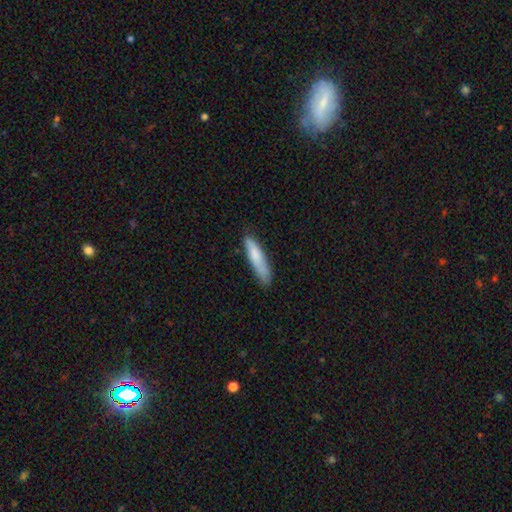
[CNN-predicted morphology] smooth-or-featured: smooth: 77% | featured or disk: 17% | star or artifact: 6%
  how-rounded: cigar-shaped: 83% | in between: 16% | round: 1%
  merging: none: 75% | minor disturbance: 20% | major disturbance: 3% | merger: 2%